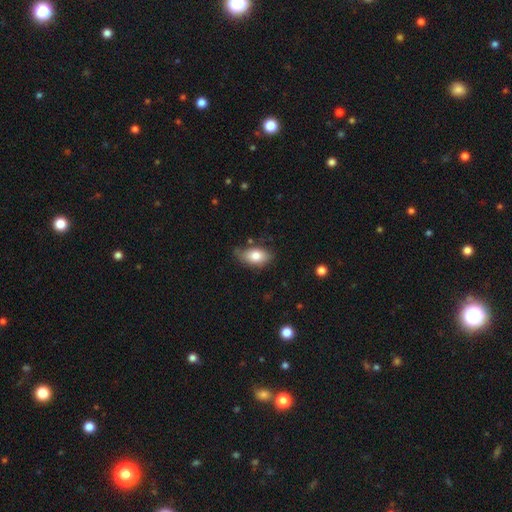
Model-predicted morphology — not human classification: smooth_or_featured: smooth (p=0.79) [alt: featured or disk p=0.14]
how_rounded: in between (p=0.90) [alt: round p=0.07]
merging: none (p=0.67) [alt: minor disturbance p=0.25]